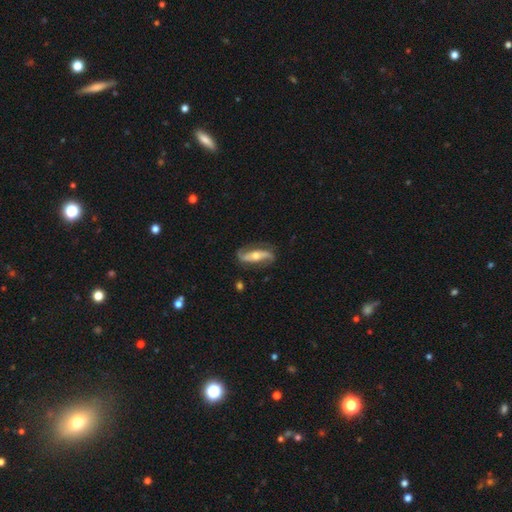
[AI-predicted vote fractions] smooth_or_featured: featured or disk (p=0.82) [alt: smooth p=0.13]
disk_edge_on: no (p=0.86) [alt: yes p=0.14]
bar: strong (p=0.42) [alt: no p=0.36]
has_spiral_arms: yes (p=0.93) [alt: no p=0.07]
spiral_winding: loose (p=0.55) [alt: medium p=0.30]
spiral_arm_count: 2 (p=0.91) [alt: can't tell p=0.03]
bulge_size: moderate (p=0.60) [alt: small p=0.34]
merging: none (p=0.76) [alt: minor disturbance p=0.16]